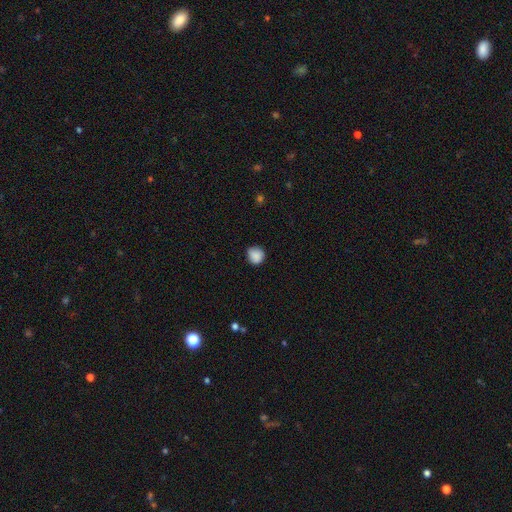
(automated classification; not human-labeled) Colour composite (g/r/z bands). It shows a smooth galaxy with no disk features (87%) that is round (86%). Merging: none (78%).